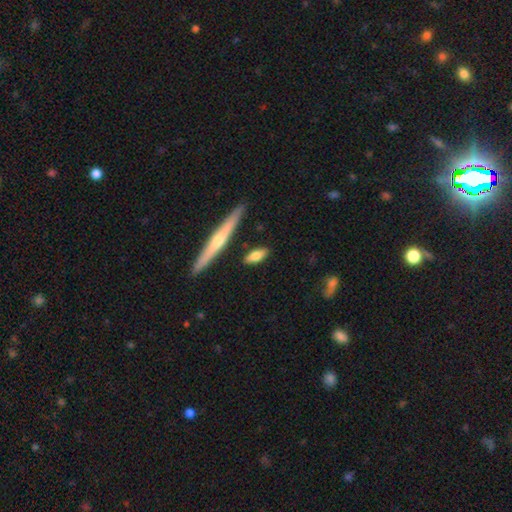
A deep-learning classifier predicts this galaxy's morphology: Smooth or featured: smooth — 72% (featured or disk — 22%)
How rounded: in between — 59% (cigar-shaped — 37%)
Merging: none — 83% (minor disturbance — 11%)